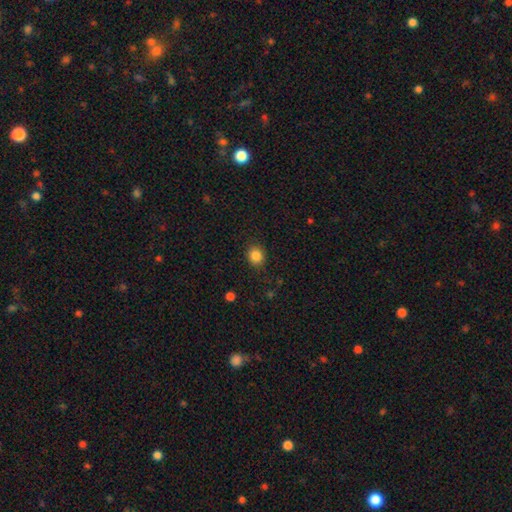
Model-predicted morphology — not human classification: This appears to be a smooth galaxy with no disk features (85%) that is round (72%). Merging: none (86%).